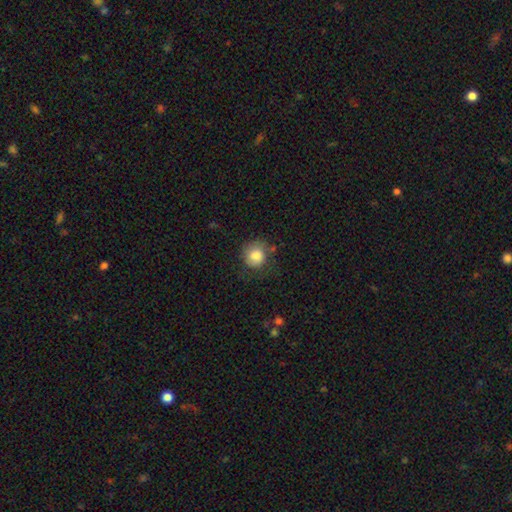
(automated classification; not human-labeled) smooth-or-featured: smooth: 82% | featured or disk: 10% | star or artifact: 8%
  how-rounded: round: 82% | in between: 17% | cigar-shaped: 1%
  merging: none: 63% | minor disturbance: 23% | major disturbance: 11% | merger: 2%